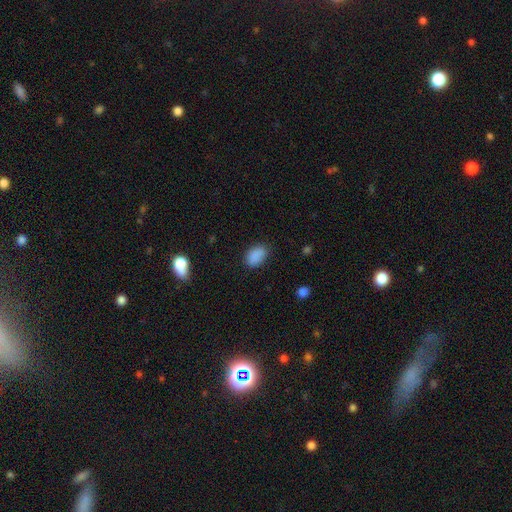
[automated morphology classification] This appears to be a smooth galaxy with no disk features (88%) that is in between round and cigar-shaped (89%). Merging: none (81%).